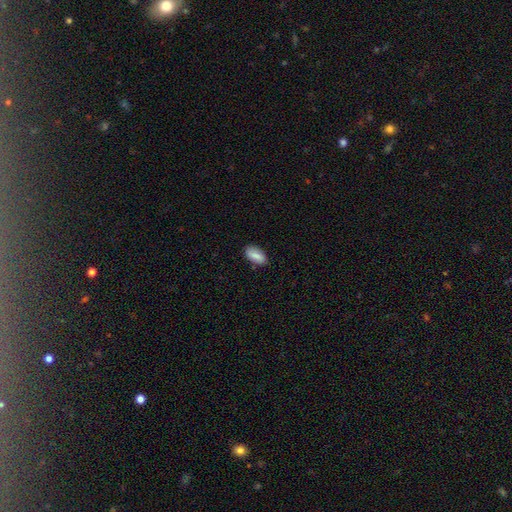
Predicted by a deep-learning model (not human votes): This is clearly a smooth galaxy (84%). How rounded: clearly in between (90%). Merging: clearly none (83%).